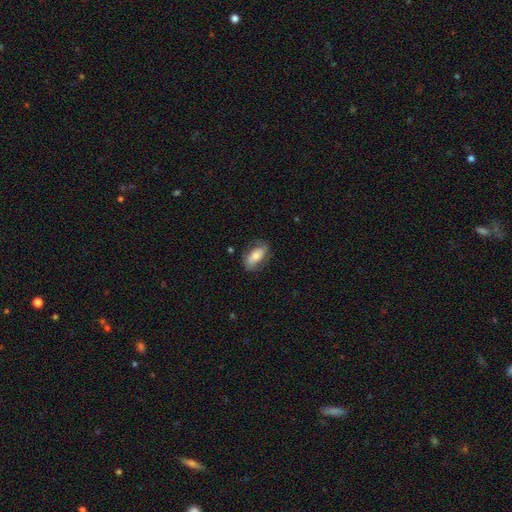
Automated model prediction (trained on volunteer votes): Q: Smooth or featured?
A: smooth (61%); runner-up: featured or disk (32%)
Q: How rounded?
A: in between (87%); runner-up: cigar-shaped (8%)
Q: Merging?
A: none (71%); runner-up: minor disturbance (20%)